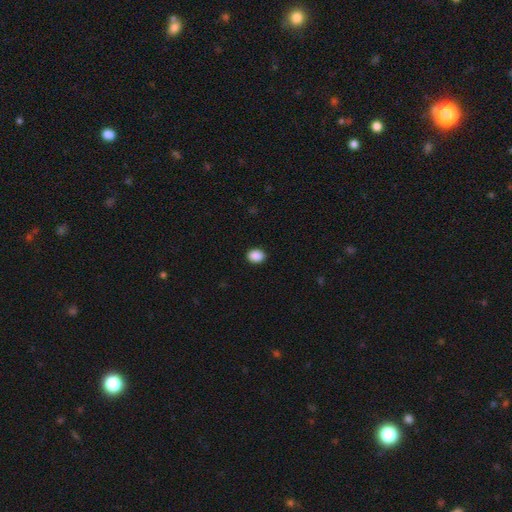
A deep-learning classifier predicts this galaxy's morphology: Smooth or featured? smooth (90%)
How rounded? in between (62%)
Merging? none (91%)